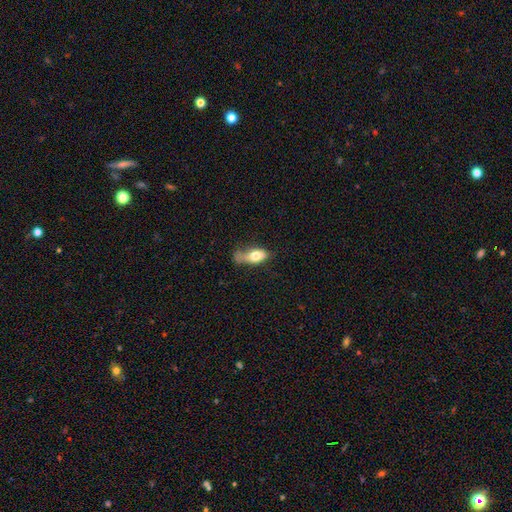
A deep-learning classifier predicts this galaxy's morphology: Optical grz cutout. It shows a smooth galaxy with no disk features (71%) that is in between round and cigar-shaped (80%). Merging: major disturbance (33%).